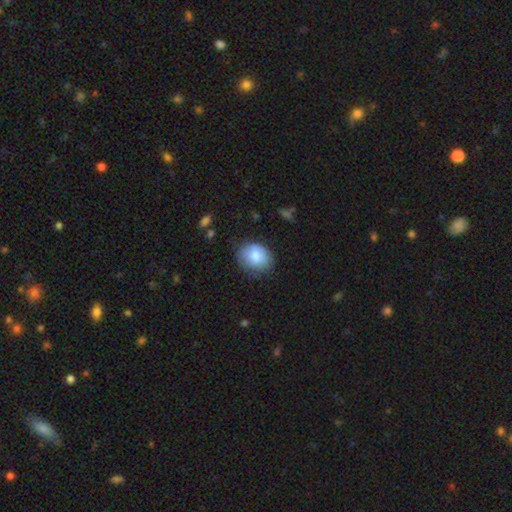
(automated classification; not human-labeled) Smooth or featured: smooth — 80% (featured or disk — 13%)
How rounded: round — 54% (in between — 45%)
Merging: none — 69% (minor disturbance — 24%)